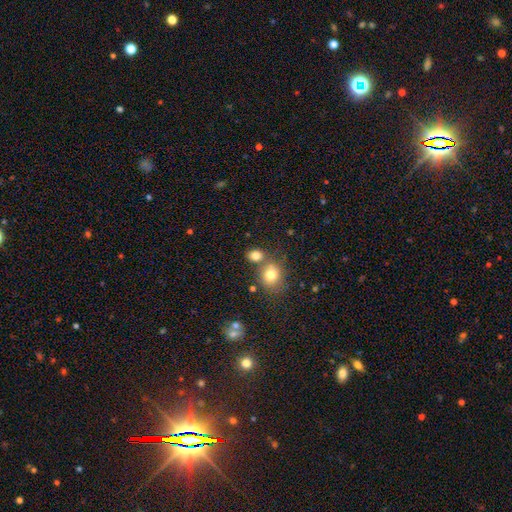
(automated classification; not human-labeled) Smooth or featured? Predicted: smooth (p=0.79). How rounded? Predicted: round (p=0.59). Merging? Predicted: none (p=0.56).